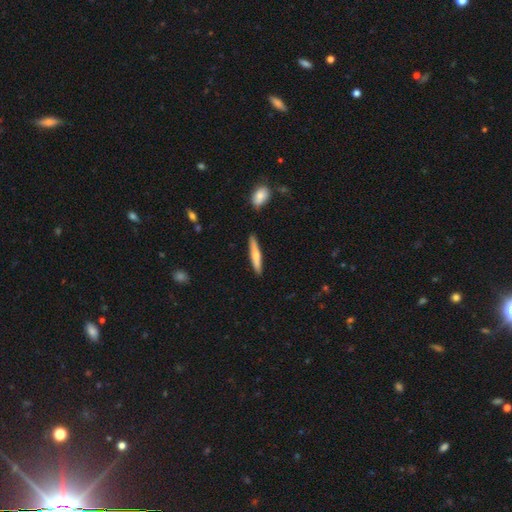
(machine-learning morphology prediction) Smooth or featured? Predicted: smooth (p=0.62). How rounded? Predicted: cigar-shaped (p=0.92). Merging? Predicted: none (p=0.88).